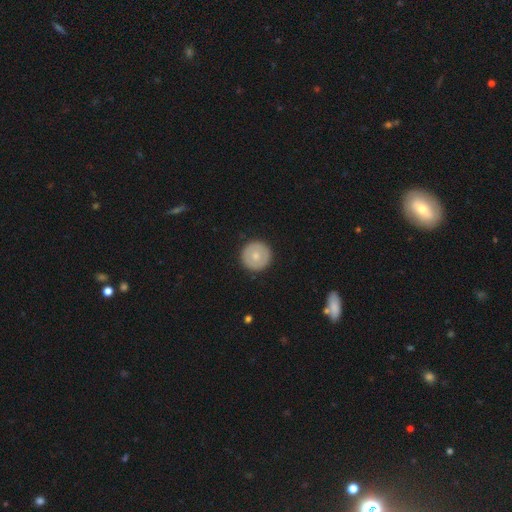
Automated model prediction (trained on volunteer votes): This appears to be a smooth galaxy with no disk features (68%) that is round (96%). Merging: none (93%).